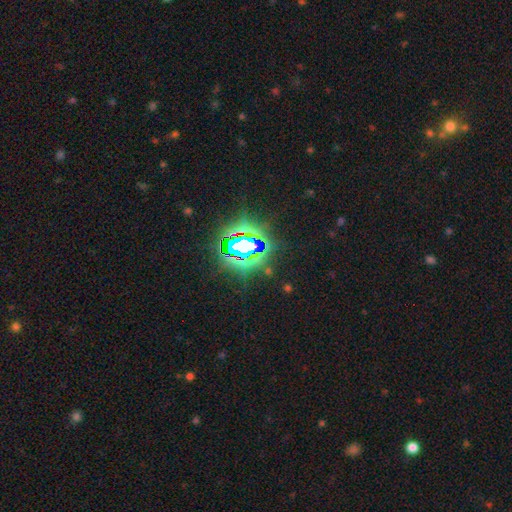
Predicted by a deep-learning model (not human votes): Overall: star or artifact (85%).